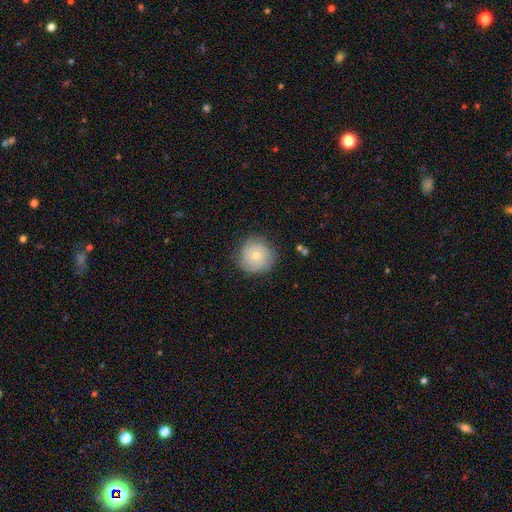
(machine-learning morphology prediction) smooth 62%, featured or disk 30%, star or artifact 8%. Down the decision tree: how rounded — round (93%); merging — none (81%).